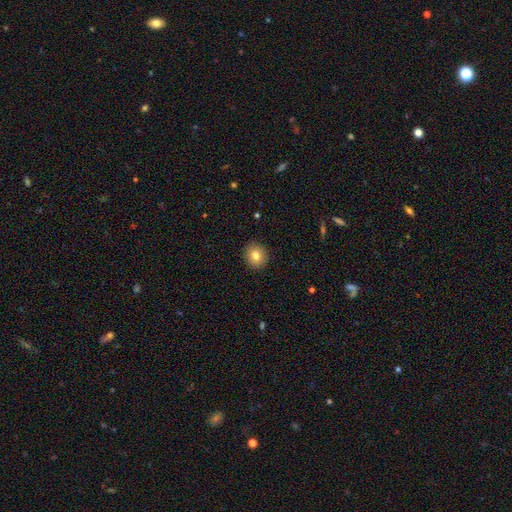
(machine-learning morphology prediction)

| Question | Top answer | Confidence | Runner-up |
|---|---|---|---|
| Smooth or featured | smooth | 79% | featured or disk (11%) |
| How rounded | round | 86% | in between (13%) |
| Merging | none | 91% | minor disturbance (6%) |